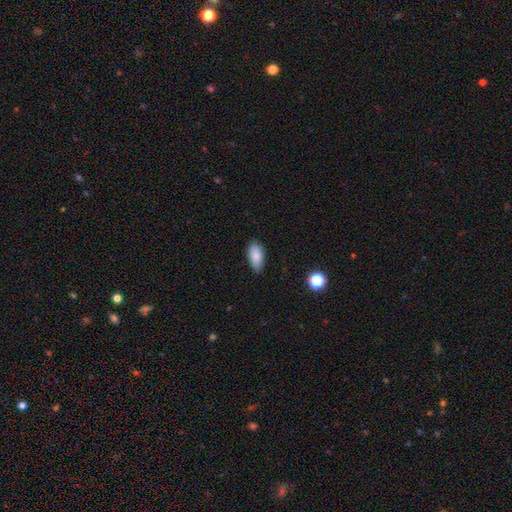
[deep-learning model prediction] Smooth or featured?
  - smooth: 86% *
  - star or artifact: 7%
  - featured or disk: 7%
How rounded?
  - in between: 93% *
  - cigar-shaped: 4%
  - round: 3%
Merging?
  - none: 78% *
  - minor disturbance: 18%
  - major disturbance: 3%
  - merger: 1%